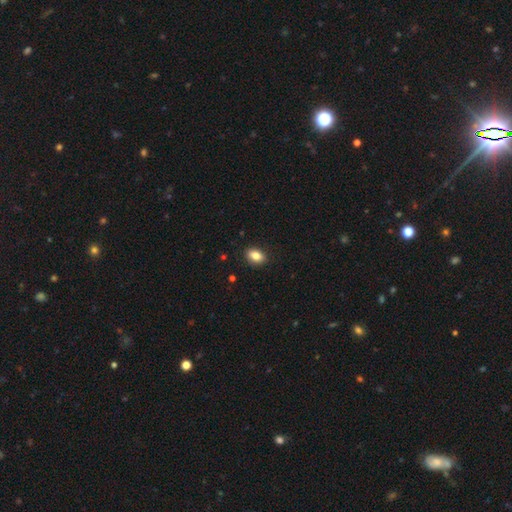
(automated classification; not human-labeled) Q: Smooth or featured?
A: smooth (84%); runner-up: star or artifact (9%)
Q: How rounded?
A: in between (82%); runner-up: round (16%)
Q: Merging?
A: none (89%); runner-up: minor disturbance (9%)